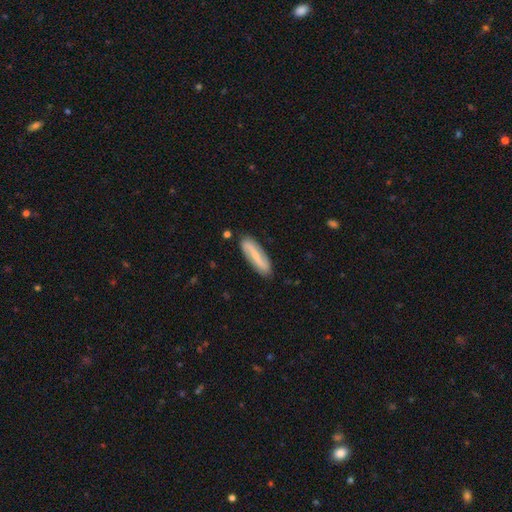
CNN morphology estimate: type=featured or disk (52%); edge-on=no (73%); merging=none (87%).